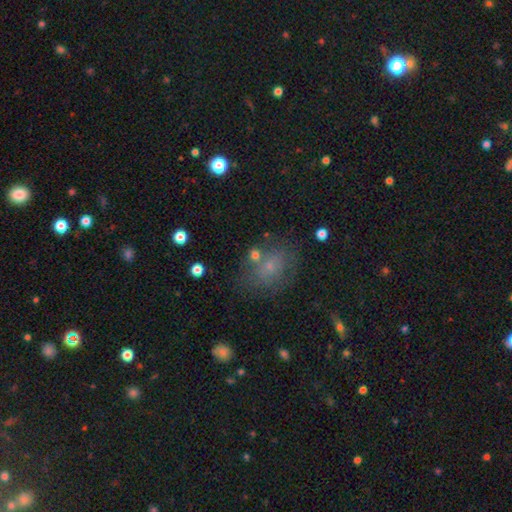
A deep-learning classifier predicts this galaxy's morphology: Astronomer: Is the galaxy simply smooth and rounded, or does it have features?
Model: smooth — 61%.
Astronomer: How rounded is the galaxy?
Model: round — 58% (runner-up: in between, 41%).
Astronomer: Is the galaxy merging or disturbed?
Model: none — 55%.